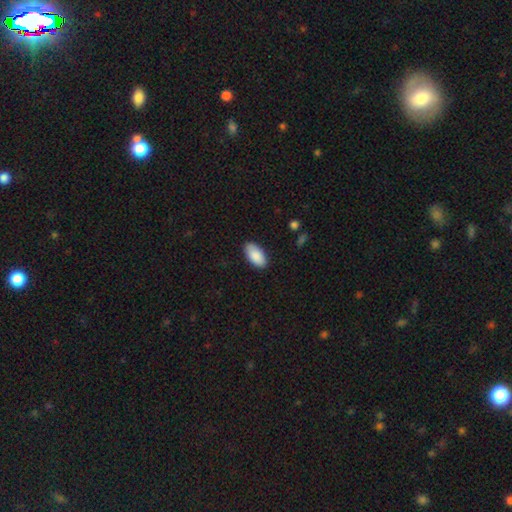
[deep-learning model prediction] A smooth galaxy with no disk features (89%) that is in between round and cigar-shaped (95%).

Vote fractions:
- Smooth or featured? smooth: 89% / star or artifact: 6% / featured or disk: 5%
- How rounded? in between: 95% / cigar-shaped: 3% / round: 2%
- Merging? none: 87% / minor disturbance: 10% / major disturbance: 2% / merger: 1%